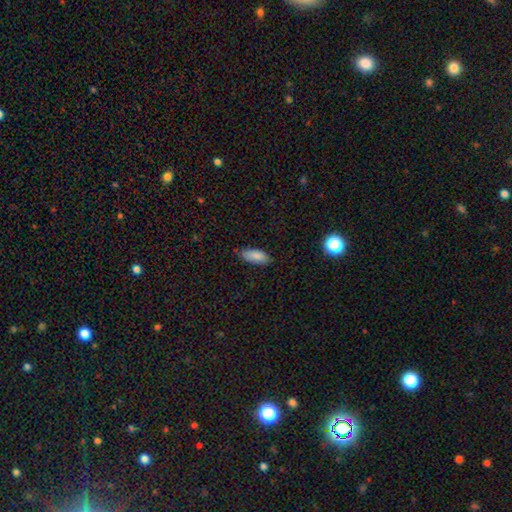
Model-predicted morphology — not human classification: smooth_or_featured: smooth (p=0.86) [alt: star or artifact p=0.07]
how_rounded: in between (p=0.81) [alt: cigar-shaped p=0.17]
merging: none (p=0.80) [alt: minor disturbance p=0.17]